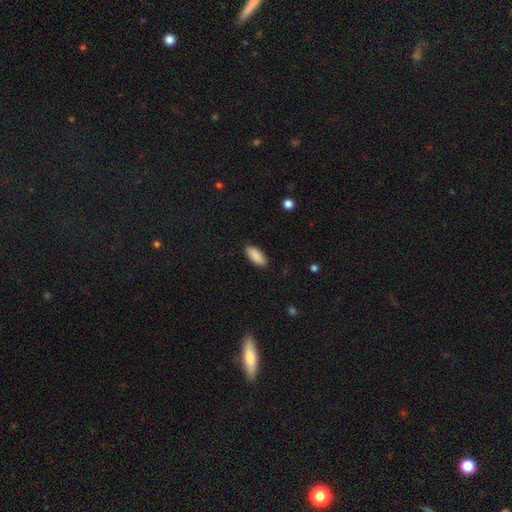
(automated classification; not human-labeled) smooth 89%, star or artifact 6%, featured or disk 5%. Down the decision tree: how rounded — in between (85%); merging — none (89%).